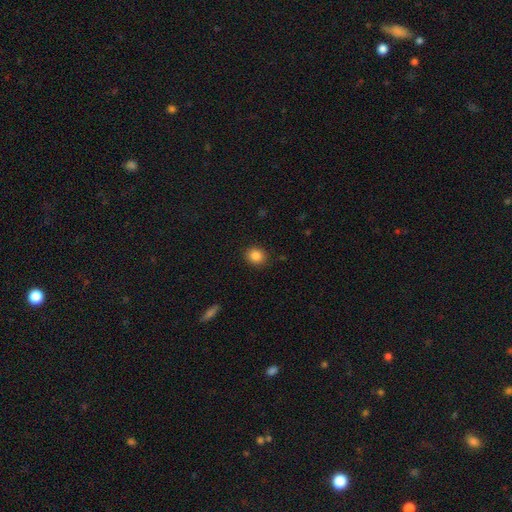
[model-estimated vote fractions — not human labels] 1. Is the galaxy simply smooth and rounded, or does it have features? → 86% smooth, 10% star or artifact, 4% featured or disk.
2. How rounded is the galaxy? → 79% round, 20% in between, 1% cigar-shaped.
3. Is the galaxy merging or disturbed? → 89% none, 7% minor disturbance, 2% major disturbance, 1% merger.